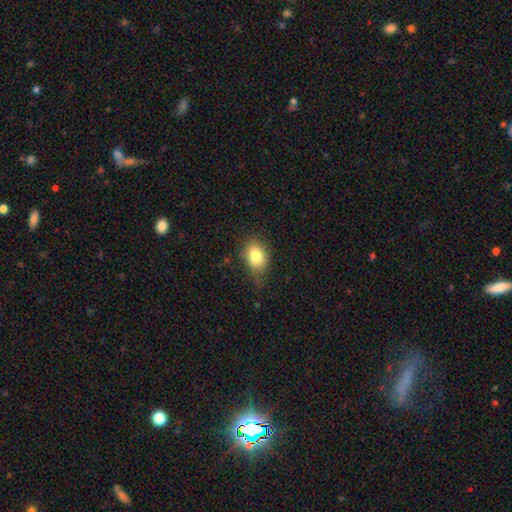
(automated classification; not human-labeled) This appears to be a smooth galaxy with no disk features (81%) that is in between round and cigar-shaped (69%). Merging: none (62%).